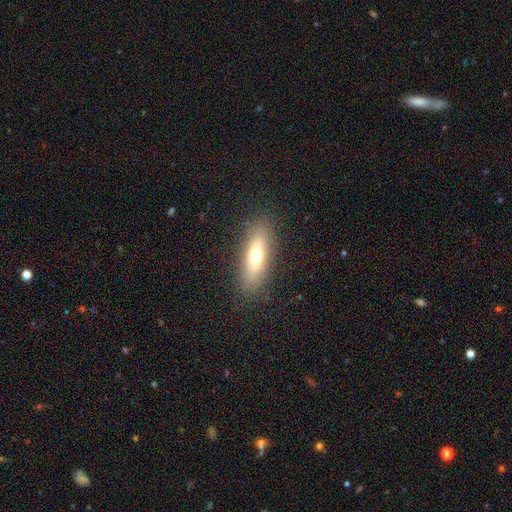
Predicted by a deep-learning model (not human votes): Overall: smooth (64%; featured or disk 27%). How rounded: in between (50%; cigar-shaped 45%). Merging: none (86%).